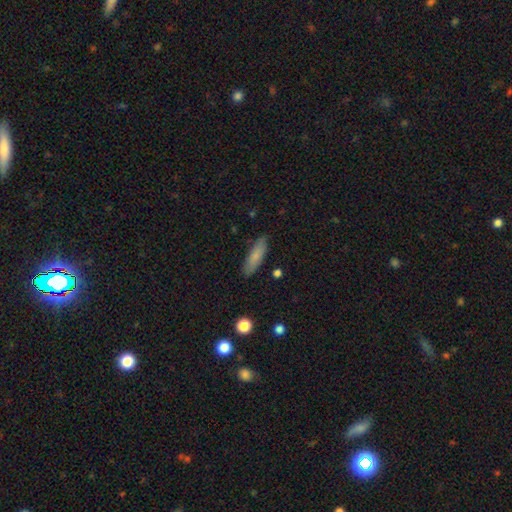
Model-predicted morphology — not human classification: Smooth or featured? smooth (80%)
How rounded? cigar-shaped (59%)
Merging? none (86%)